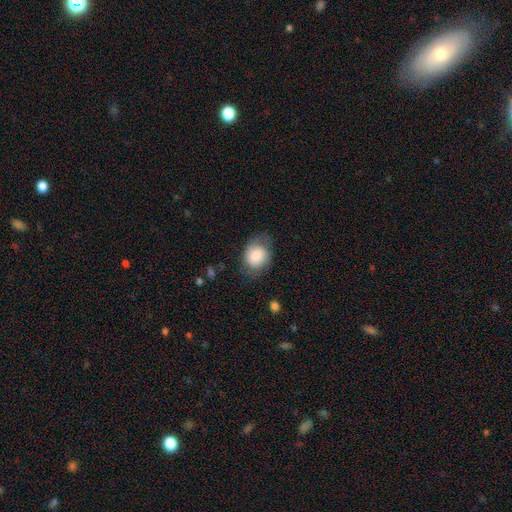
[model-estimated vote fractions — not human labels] A smooth galaxy with no disk features (74%) that is round (50%).

Vote fractions:
- Smooth or featured? smooth: 74% / featured or disk: 18% / star or artifact: 8%
- How rounded? round: 50% / in between: 49% / cigar-shaped: 1%
- Merging? none: 65% / minor disturbance: 23% / major disturbance: 10% / merger: 1%